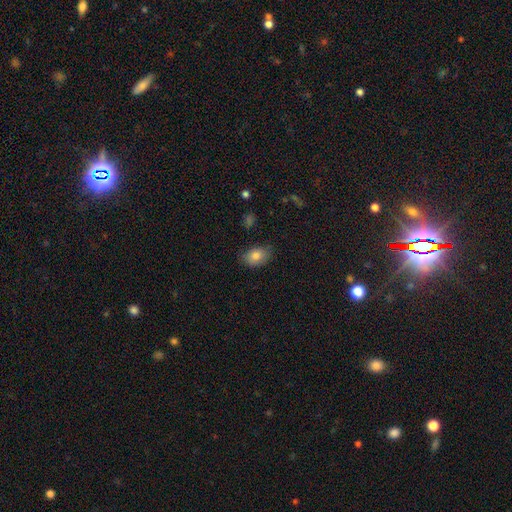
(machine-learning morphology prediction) A smooth galaxy with no disk features (82%) that is in between round and cigar-shaped (83%).

Vote fractions:
- Smooth or featured? smooth: 82% / featured or disk: 10% / star or artifact: 8%
- How rounded? in between: 83% / round: 15% / cigar-shaped: 1%
- Merging? none: 77% / minor disturbance: 18% / major disturbance: 3% / merger: 1%